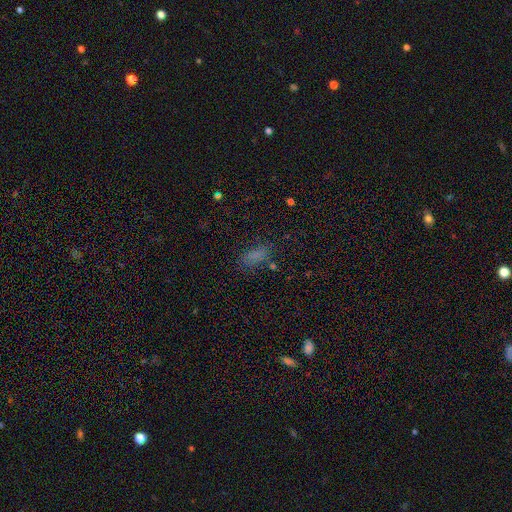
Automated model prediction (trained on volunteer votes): Smooth or featured? Predicted: smooth (p=0.75). How rounded? Predicted: in between (p=0.85). Merging? Predicted: none (p=0.71).